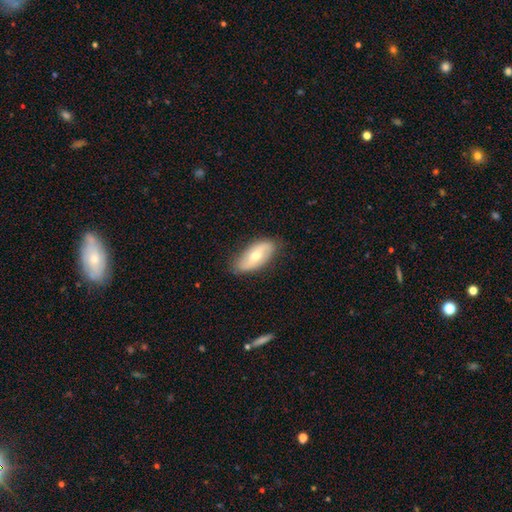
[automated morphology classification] A featured or disk galaxy (48%). Merging: none (80%).